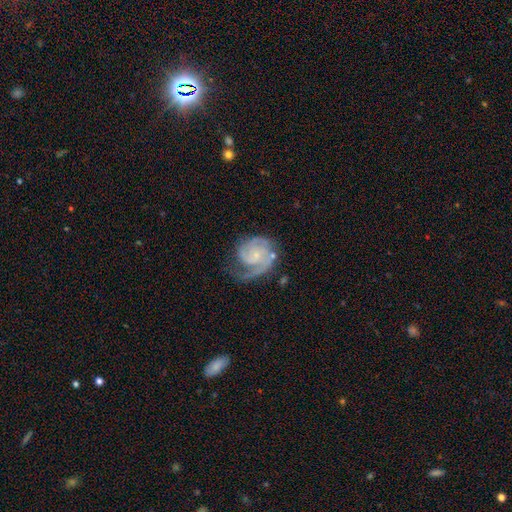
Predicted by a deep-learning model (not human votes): A featured or disk galaxy (87%) with no bar (67%), 2 (44%) tight (52%) spiral arms (97%) and a small central bulge (72%).

Vote fractions:
- Smooth or featured? featured or disk: 87% / smooth: 8% / star or artifact: 5%
- Edge-on disk? no: 98% / yes: 2%
- Bar? no: 67% / weak: 28% / strong: 5%
- Spiral arms? yes: 97% / no: 3%
- Spiral winding? tight: 52% / medium: 38% / loose: 10%
- Spiral arm count? 2: 44% / 3: 22% / 1: 14% / can't tell: 12% / 4: 4% / more than 4: 4%
- Bulge size? small: 72% / moderate: 14% / none: 12% / large: 1% / dominant: 1%
- Merging? none: 54% / minor disturbance: 24% / major disturbance: 19% / merger: 3%